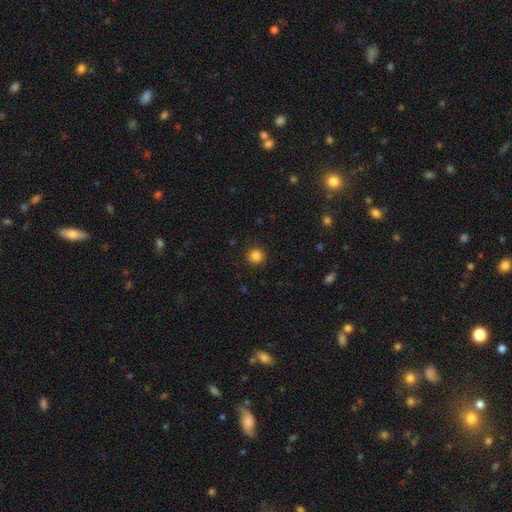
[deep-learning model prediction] This is clearly a smooth galaxy (85%). How rounded: clearly round (94%). Merging: clearly none (92%).